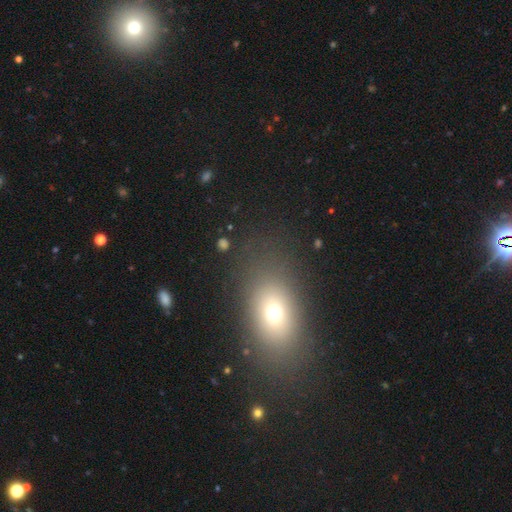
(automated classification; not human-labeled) smooth-or-featured: smooth: 66% | star or artifact: 20% | featured or disk: 15%
  how-rounded: in between: 72% | round: 24% | cigar-shaped: 4%
  merging: none: 83% | minor disturbance: 10% | major disturbance: 5% | merger: 2%